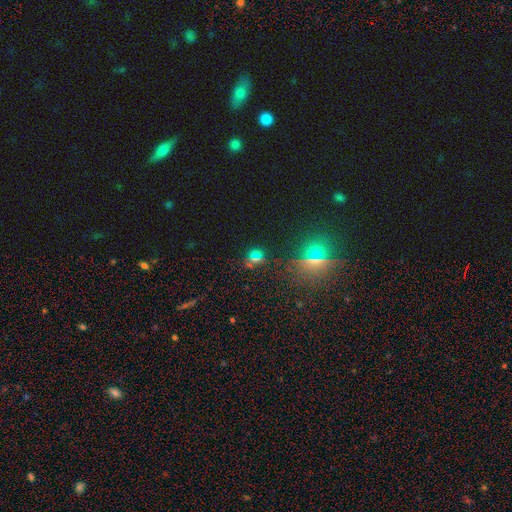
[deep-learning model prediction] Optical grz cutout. It shows a star or artifact, not a galaxy (50%).